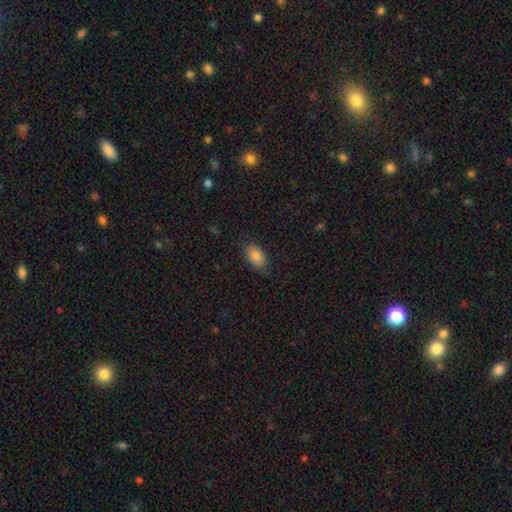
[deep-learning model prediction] This appears to be a smooth galaxy with no disk features (86%) that is in between round and cigar-shaped (91%). Merging: none (80%).